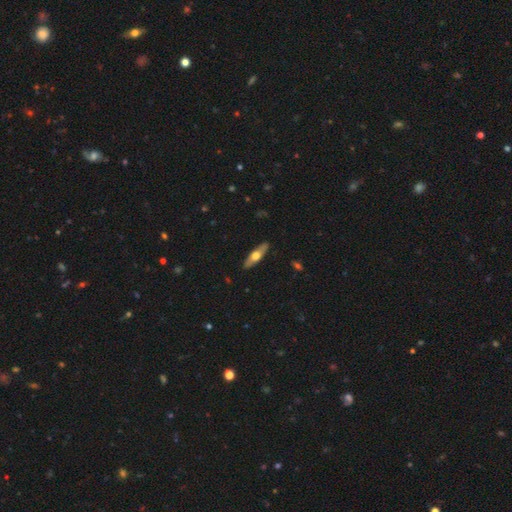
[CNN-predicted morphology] featured or disk 48%, smooth 47%, star or artifact 5%. Down the decision tree: merging — none (88%).